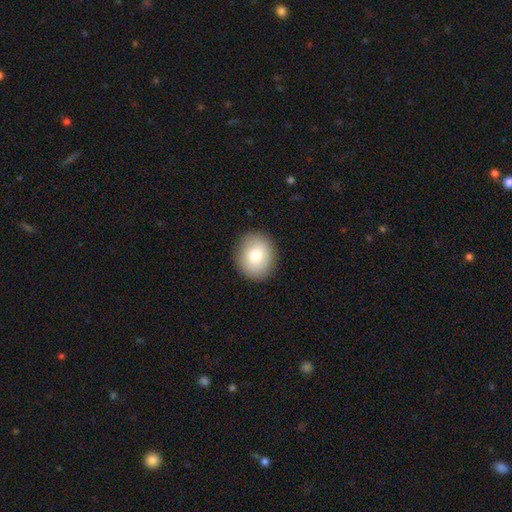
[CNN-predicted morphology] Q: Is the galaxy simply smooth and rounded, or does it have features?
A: smooth — 79%.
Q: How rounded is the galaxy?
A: round — 70%.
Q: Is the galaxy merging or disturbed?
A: none — 89%.